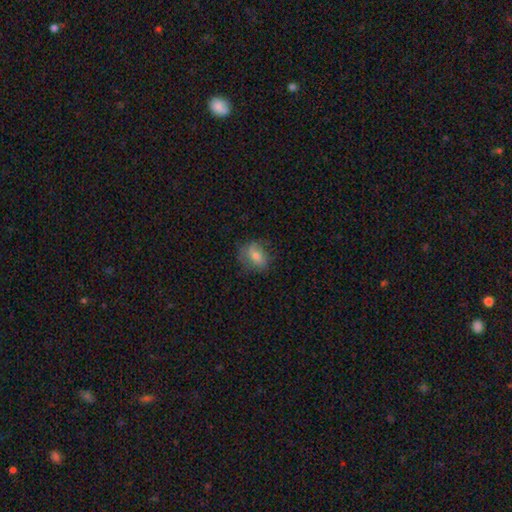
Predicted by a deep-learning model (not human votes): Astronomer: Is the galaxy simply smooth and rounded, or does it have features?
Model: smooth — 67%.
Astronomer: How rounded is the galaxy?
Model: in between — 60% (runner-up: round, 38%).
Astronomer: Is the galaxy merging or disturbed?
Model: none — 69%.